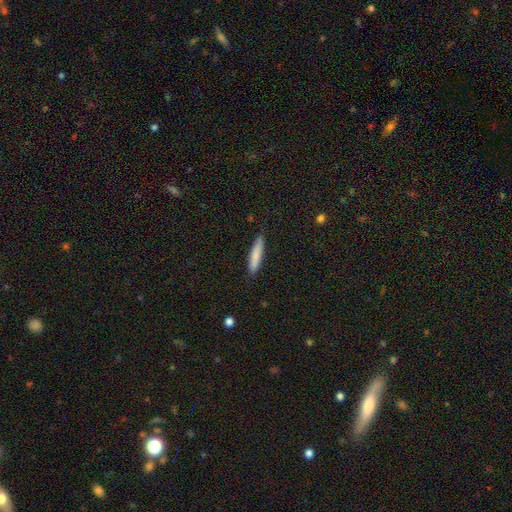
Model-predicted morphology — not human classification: Overall: smooth (79%). How rounded: cigar-shaped (83%). Merging: none (86%).